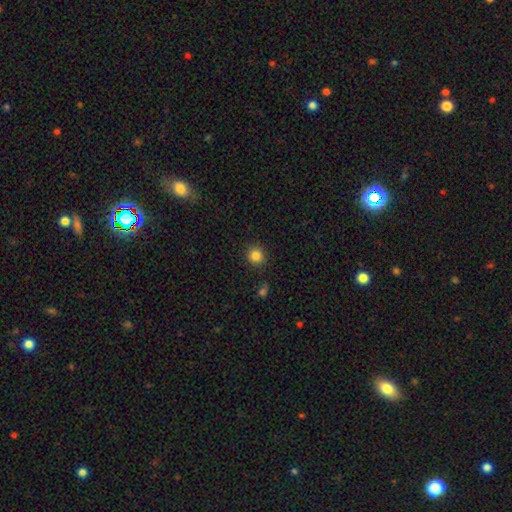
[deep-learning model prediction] Smooth or featured: smooth — 84% (star or artifact — 11%)
How rounded: round — 91% (in between — 8%)
Merging: none — 88% (minor disturbance — 7%)